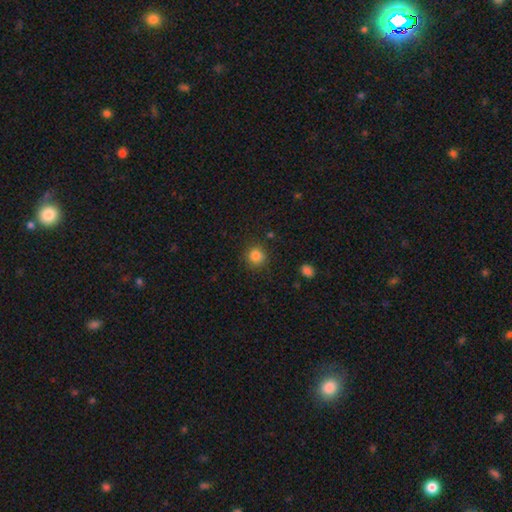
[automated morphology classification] smooth-or-featured: smooth: 84% | star or artifact: 11% | featured or disk: 5%
  how-rounded: round: 91% | in between: 8% | cigar-shaped: 1%
  merging: none: 86% | minor disturbance: 10% | major disturbance: 3% | merger: 2%